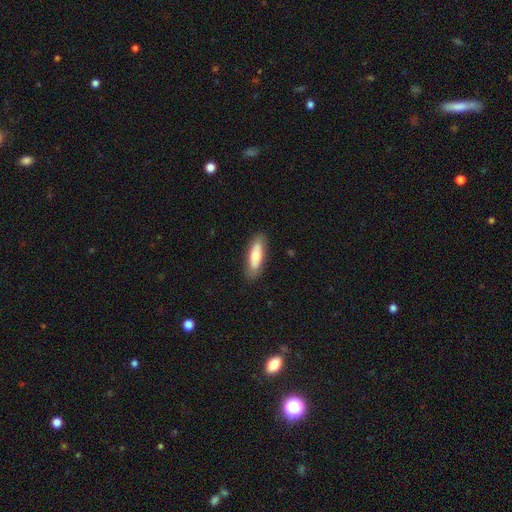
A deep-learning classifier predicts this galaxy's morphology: A smooth galaxy with no disk features (70%) that is in between round and cigar-shaped (51%). Merging: none (84%).